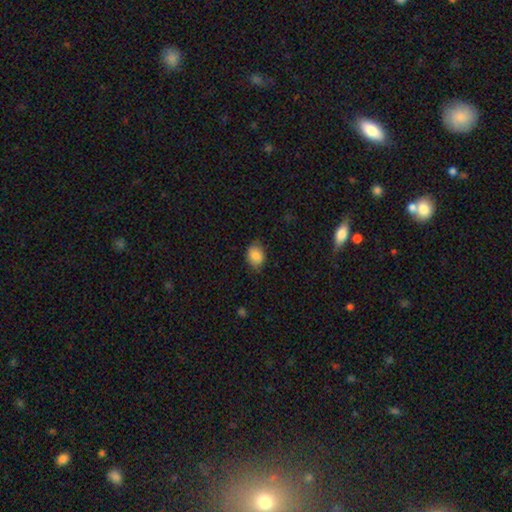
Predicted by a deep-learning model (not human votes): Q: Smooth or featured?
A: smooth (85%); runner-up: star or artifact (8%)
Q: How rounded?
A: in between (58%); runner-up: round (41%)
Q: Merging?
A: none (78%); runner-up: minor disturbance (18%)